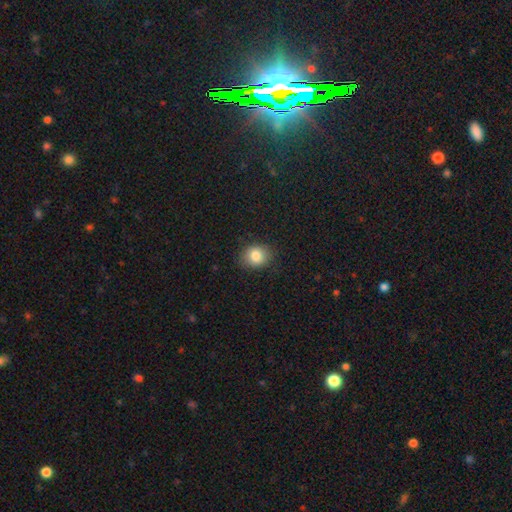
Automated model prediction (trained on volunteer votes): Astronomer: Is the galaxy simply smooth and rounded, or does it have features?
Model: smooth — 83%.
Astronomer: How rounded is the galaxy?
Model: round — 57% (runner-up: in between, 42%).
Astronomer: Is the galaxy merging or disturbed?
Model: none — 85%.